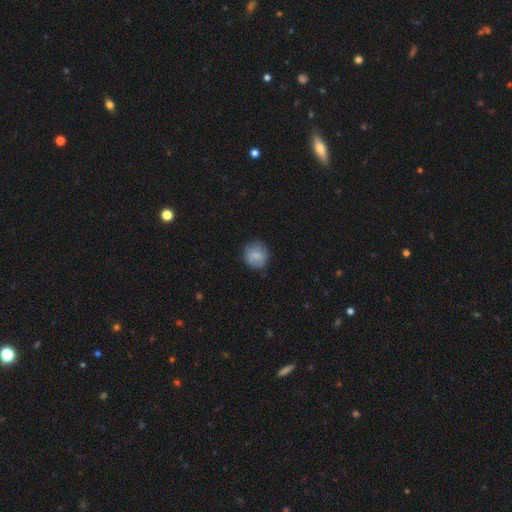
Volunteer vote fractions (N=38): Smooth or featured?
  - smooth: 92% *
  - featured or disk: 5%
  - star or artifact: 3%
How rounded?
  - round: 91% *
  - in between: 9%
  - cigar-shaped: 0%
Merging?
  - none: 86% *
  - minor disturbance: 14%
  - major disturbance: 0%
  - merger: 0%